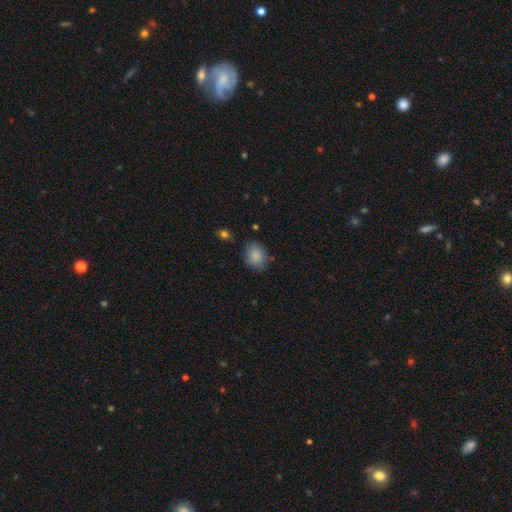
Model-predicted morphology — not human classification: Smooth or featured?
  - smooth: 87% *
  - star or artifact: 8%
  - featured or disk: 6%
How rounded?
  - in between: 52% *
  - round: 47%
  - cigar-shaped: 1%
Merging?
  - none: 77% *
  - minor disturbance: 17%
  - major disturbance: 4%
  - merger: 2%